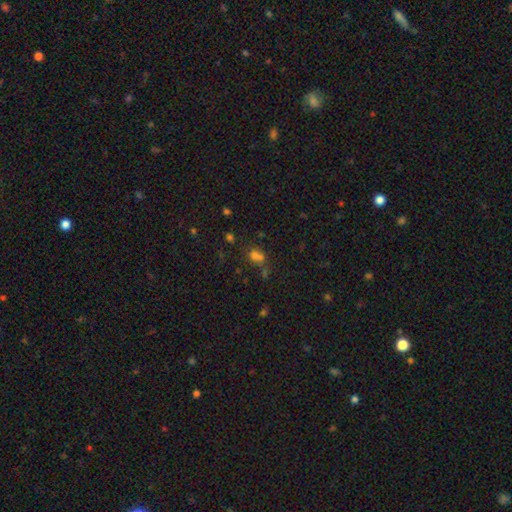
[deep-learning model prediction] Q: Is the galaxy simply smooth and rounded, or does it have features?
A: smooth — 59%.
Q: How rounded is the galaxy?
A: round — 73%.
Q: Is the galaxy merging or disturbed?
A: merger — 47%.